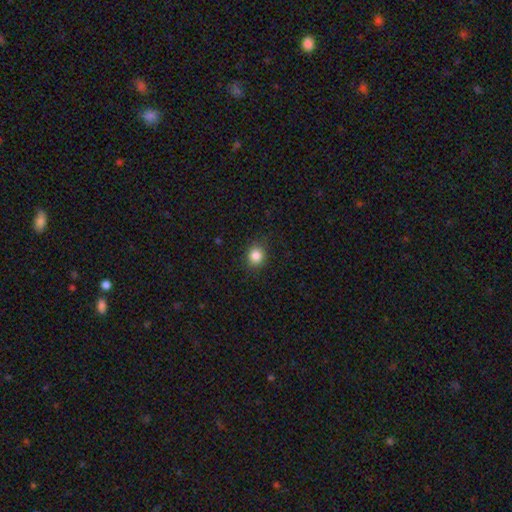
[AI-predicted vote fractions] Smooth or featured: smooth — 85% (star or artifact — 11%)
How rounded: round — 77% (in between — 22%)
Merging: none — 87% (minor disturbance — 10%)